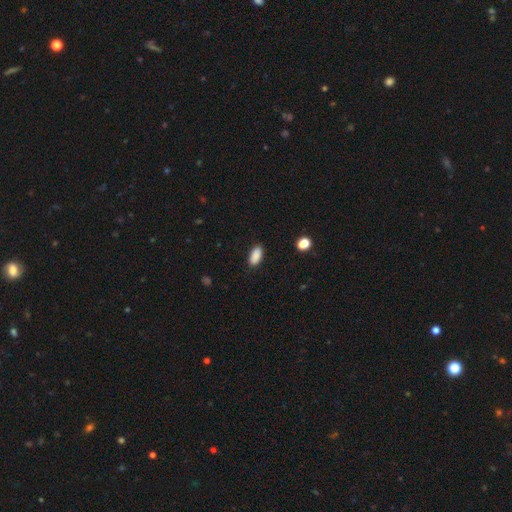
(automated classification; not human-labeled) The model was most divided on "merging": none: 87%, minor disturbance: 10%, major disturbance: 2%, merger: 1%. More confident: how rounded — in between (90%); smooth or featured — smooth (89%).